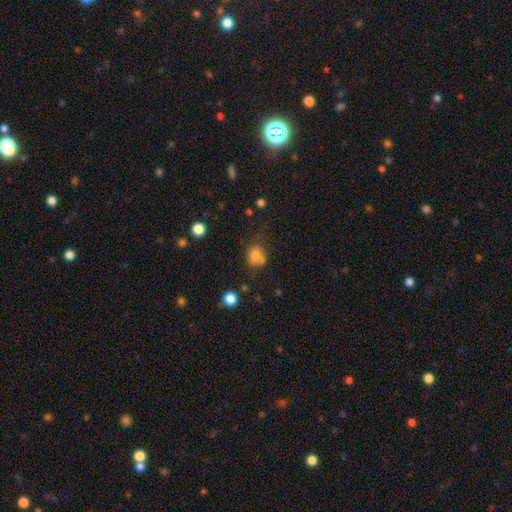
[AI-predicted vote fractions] smooth_or_featured: smooth (p=0.75) [alt: star or artifact p=0.13]
how_rounded: round (p=0.65) [alt: in between p=0.34]
merging: none (p=0.49) [alt: merger p=0.27]